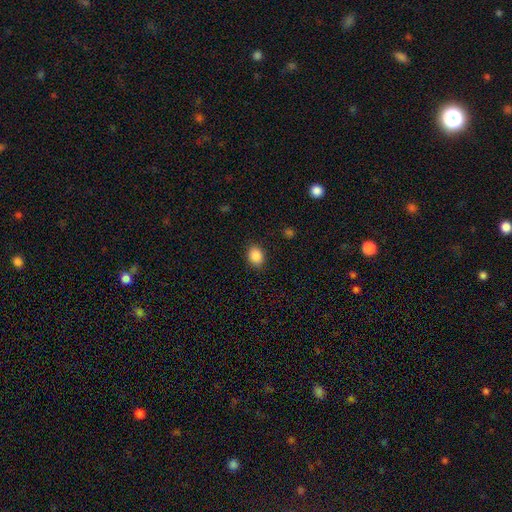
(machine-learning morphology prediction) The model was most divided on "how rounded": in between: 52%, round: 47%, cigar-shaped: 1%. More confident: merging — none (88%); smooth or featured — smooth (88%).